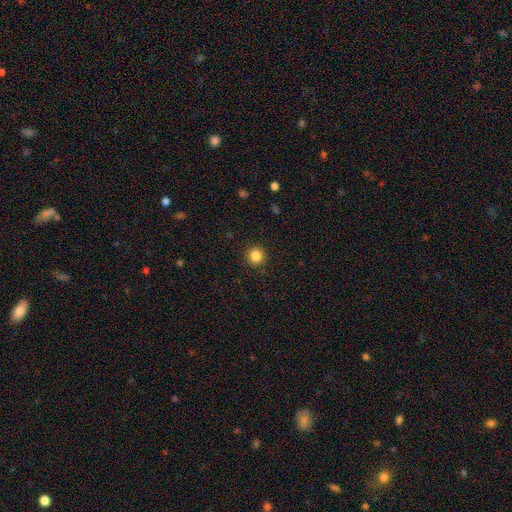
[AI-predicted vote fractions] smooth 85%, star or artifact 11%, featured or disk 4%. Down the decision tree: how rounded — round (95%); merging — none (92%).